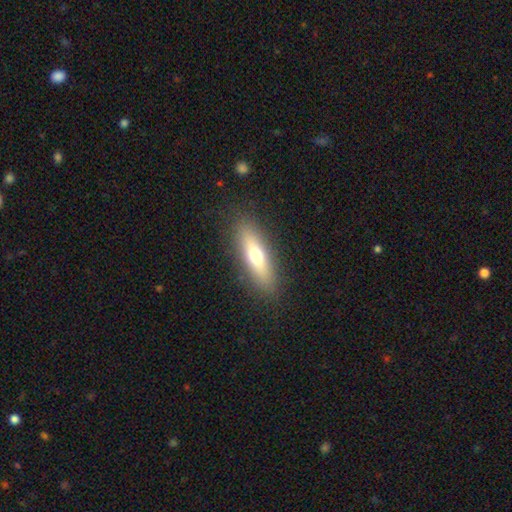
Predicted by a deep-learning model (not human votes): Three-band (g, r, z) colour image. It shows a smooth galaxy with no disk features (60%) that is cigar-shaped (59%). Merging: none (87%).